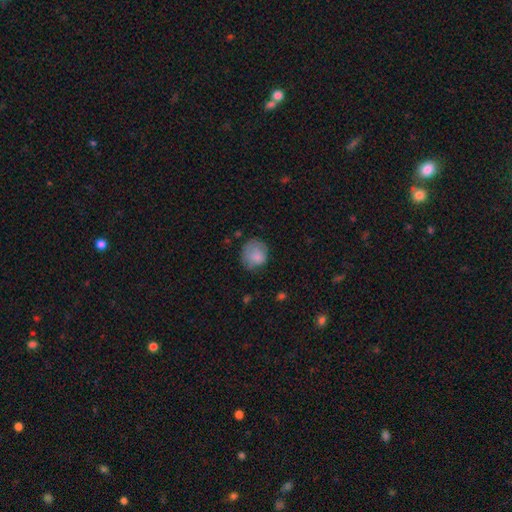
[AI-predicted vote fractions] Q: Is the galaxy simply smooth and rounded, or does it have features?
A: smooth — 80%.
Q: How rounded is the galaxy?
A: round — 77%.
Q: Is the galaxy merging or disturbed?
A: none — 61%.